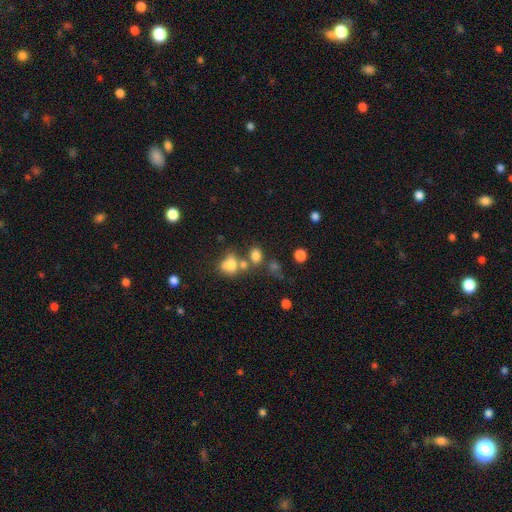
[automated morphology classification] Smooth or featured? Predicted: smooth (p=0.74). How rounded? Predicted: in between (p=0.64). Merging? Predicted: none (p=0.47).